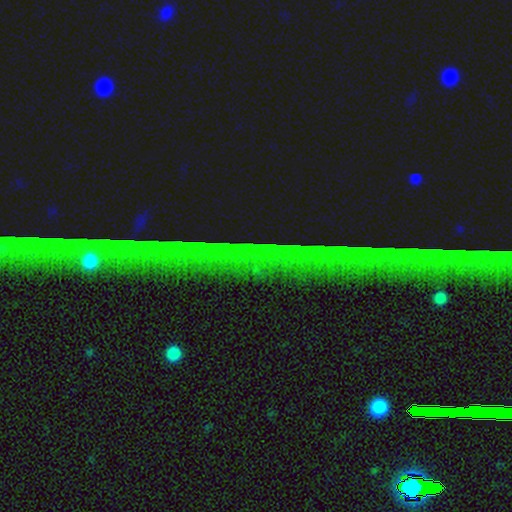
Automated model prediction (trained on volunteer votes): Q: Smooth or featured?
A: star or artifact (80%); runner-up: featured or disk (11%)